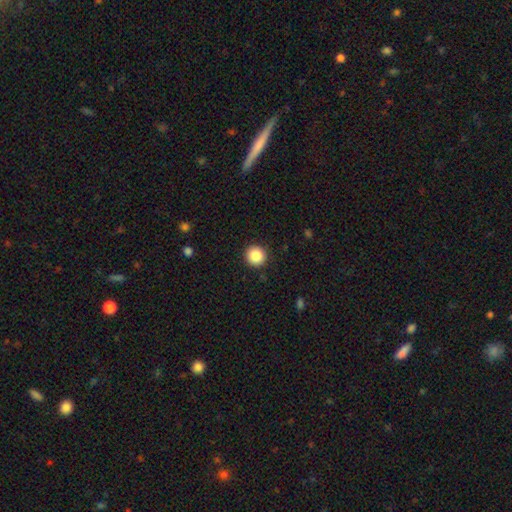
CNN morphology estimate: Q: Smooth or featured?
A: smooth (87%); runner-up: star or artifact (9%)
Q: How rounded?
A: round (95%); runner-up: in between (4%)
Q: Merging?
A: none (92%); runner-up: minor disturbance (5%)